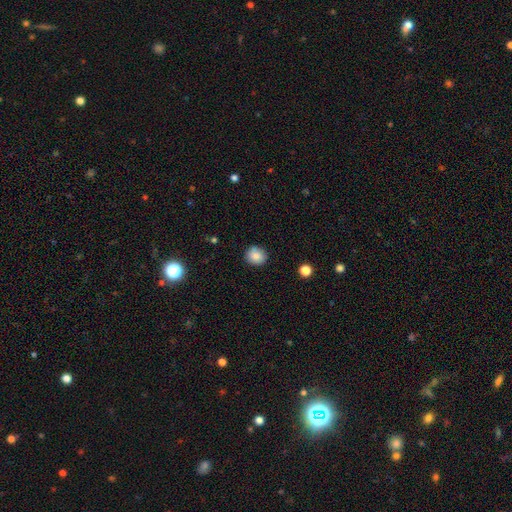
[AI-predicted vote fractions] Smooth or featured?
  - smooth: 84% *
  - star or artifact: 9%
  - featured or disk: 6%
How rounded?
  - round: 80% *
  - in between: 19%
  - cigar-shaped: 1%
Merging?
  - none: 88% *
  - minor disturbance: 9%
  - major disturbance: 2%
  - merger: 1%